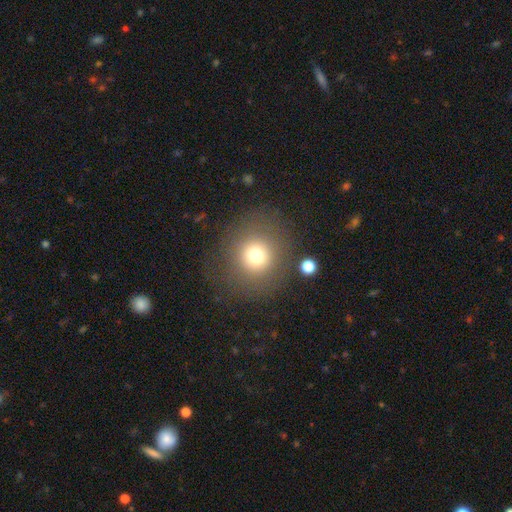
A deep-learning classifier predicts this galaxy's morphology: Smooth or featured: smooth — 73% (star or artifact — 15%)
How rounded: round — 91% (in between — 8%)
Merging: none — 81% (minor disturbance — 9%)